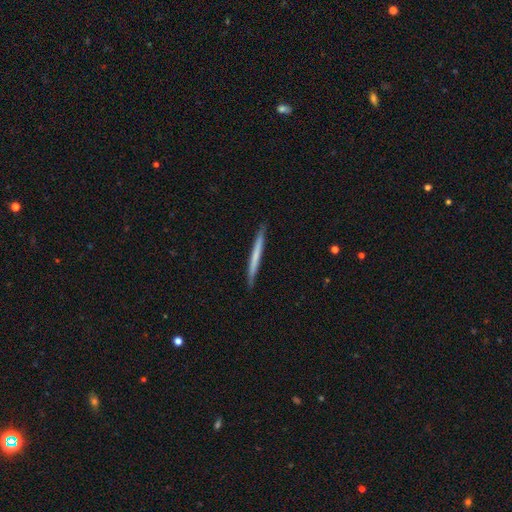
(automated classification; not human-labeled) Overall: smooth (56%; featured or disk 39%). How rounded: cigar-shaped (97%). Merging: none (91%).